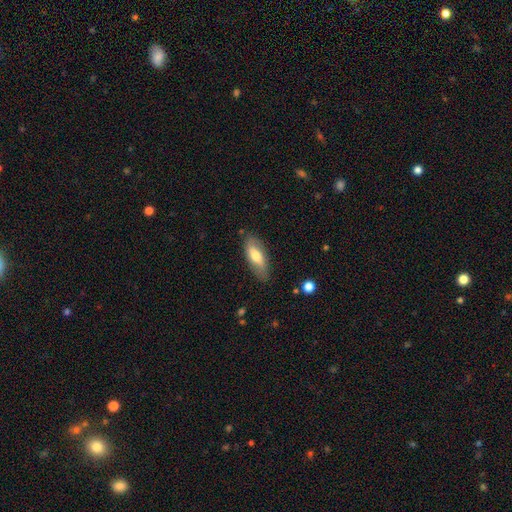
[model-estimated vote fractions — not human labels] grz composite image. It shows a smooth galaxy with no disk features (61%) that is in between round and cigar-shaped (75%). Merging: none (80%).